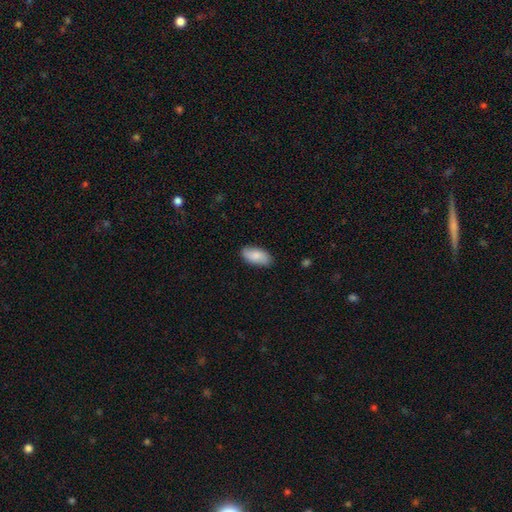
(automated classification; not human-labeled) smooth-or-featured: smooth: 82% | featured or disk: 12% | star or artifact: 6%
  how-rounded: in between: 92% | cigar-shaped: 5% | round: 2%
  merging: none: 85% | minor disturbance: 12% | major disturbance: 2% | merger: 1%